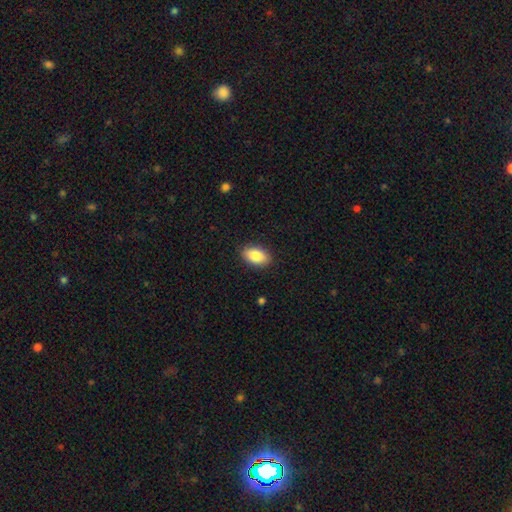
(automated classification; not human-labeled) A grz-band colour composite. It shows a smooth galaxy with no disk features (86%) that is in between round and cigar-shaped (92%). Merging: none (88%).